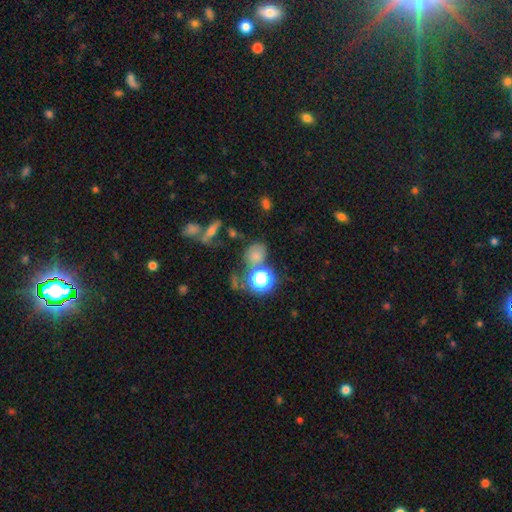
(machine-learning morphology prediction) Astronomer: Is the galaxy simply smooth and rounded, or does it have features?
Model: smooth — 63%.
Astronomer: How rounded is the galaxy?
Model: round — 67%.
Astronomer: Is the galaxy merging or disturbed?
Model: none — 60%.